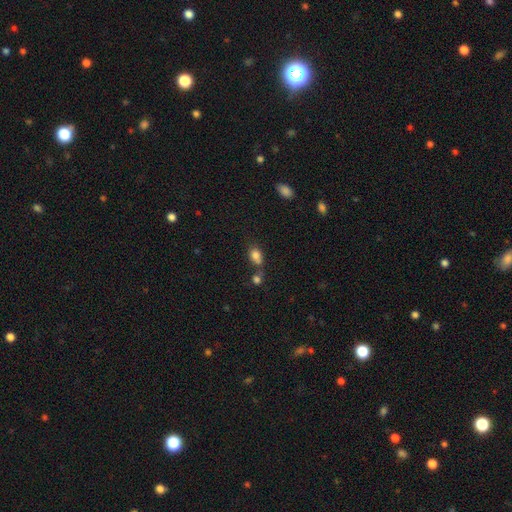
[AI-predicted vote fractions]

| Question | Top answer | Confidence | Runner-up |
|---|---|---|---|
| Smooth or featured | smooth | 81% | star or artifact (11%) |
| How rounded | in between | 72% | round (26%) |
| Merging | none | 46% | merger (30%) |